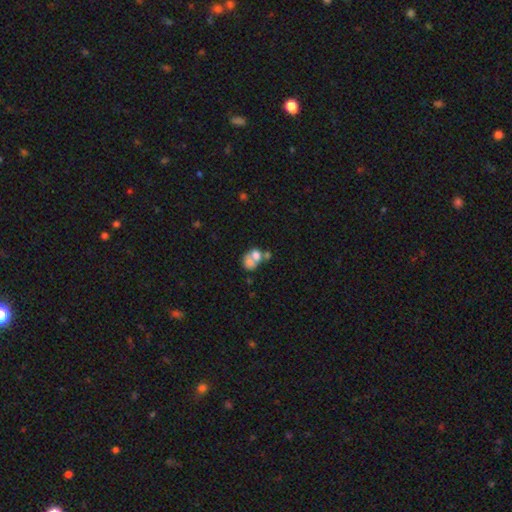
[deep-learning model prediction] This is likely a smooth galaxy (61%). How rounded: possibly in between (58%). Merging: likely merger (64%).